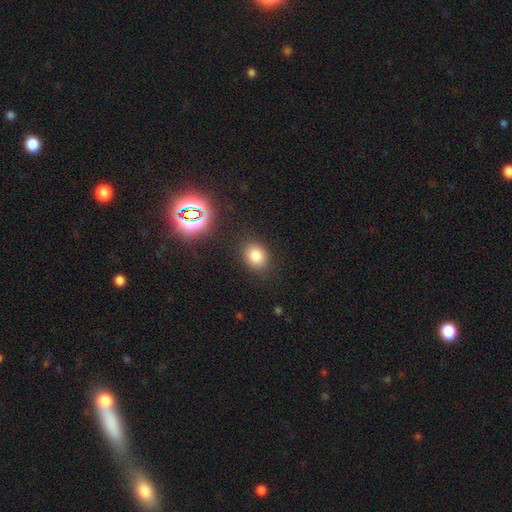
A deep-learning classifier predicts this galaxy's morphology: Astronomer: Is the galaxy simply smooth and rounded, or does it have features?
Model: smooth — 80%.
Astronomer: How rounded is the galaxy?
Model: round — 53% (runner-up: in between, 46%).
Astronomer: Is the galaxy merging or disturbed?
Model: none — 85%.